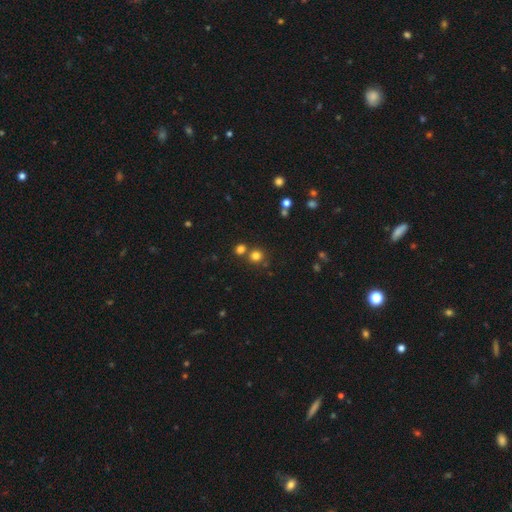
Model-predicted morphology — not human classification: Smooth or featured? Predicted: smooth (p=0.77). How rounded? Predicted: round (p=0.90). Merging? Predicted: none (p=0.70).